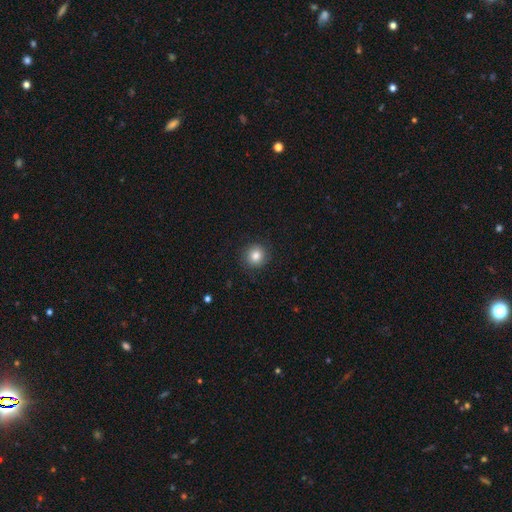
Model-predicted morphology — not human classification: Overall: smooth (82%). How rounded: round (92%). Merging: none (88%).